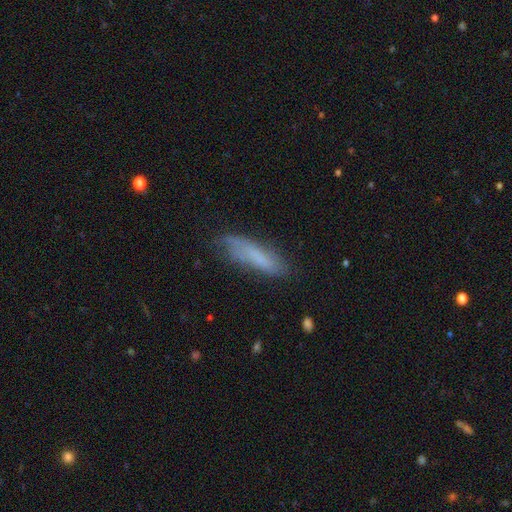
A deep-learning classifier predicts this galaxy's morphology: smooth-or-featured: smooth: 66% | featured or disk: 25% | star or artifact: 9%
  how-rounded: cigar-shaped: 65% | in between: 34% | round: 2%
  merging: none: 65% | minor disturbance: 25% | major disturbance: 7% | merger: 2%